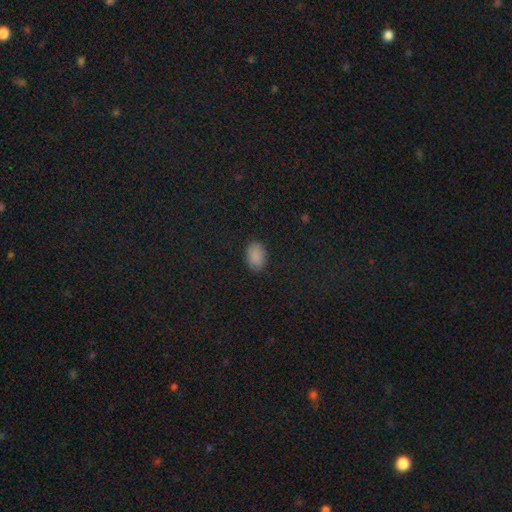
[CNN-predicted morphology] A smooth galaxy with no disk features (87%) that is in between round and cigar-shaped (87%). Merging: none (87%).